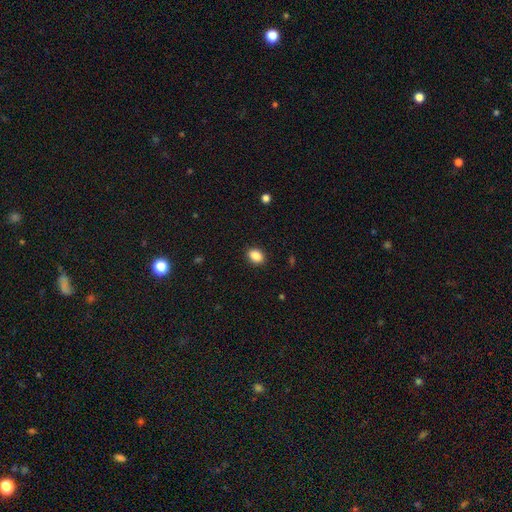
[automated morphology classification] Smooth or featured? Predicted: smooth (p=0.88). How rounded? Predicted: in between (p=0.72). Merging? Predicted: none (p=0.89).